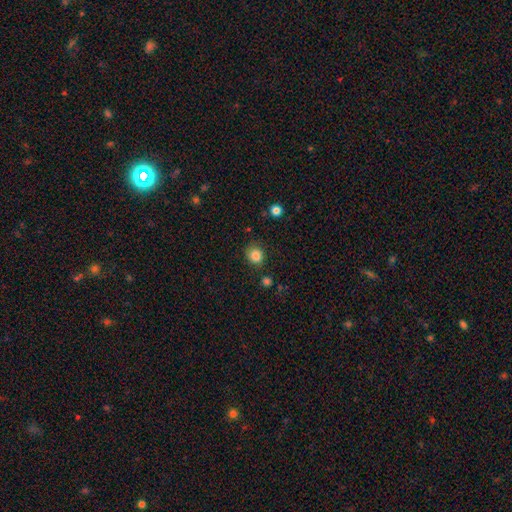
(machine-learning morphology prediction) smooth-or-featured: smooth: 85% | star or artifact: 11% | featured or disk: 5%
  how-rounded: round: 82% | in between: 17% | cigar-shaped: 1%
  merging: none: 80% | minor disturbance: 13% | major disturbance: 3% | merger: 3%